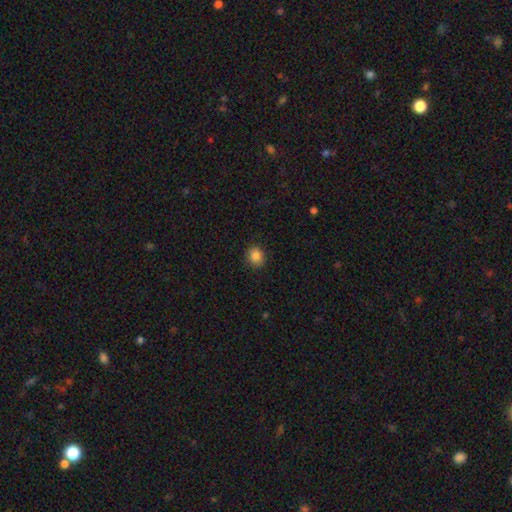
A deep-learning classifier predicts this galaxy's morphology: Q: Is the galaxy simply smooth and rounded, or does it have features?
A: smooth — 85%.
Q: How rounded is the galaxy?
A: round — 78%.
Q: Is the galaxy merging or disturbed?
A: none — 88%.